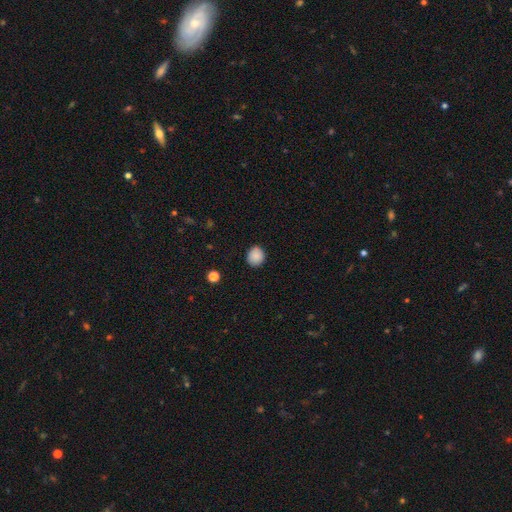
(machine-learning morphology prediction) Smooth or featured: smooth — 88% (star or artifact — 9%)
How rounded: round — 81% (in between — 18%)
Merging: none — 89% (minor disturbance — 8%)